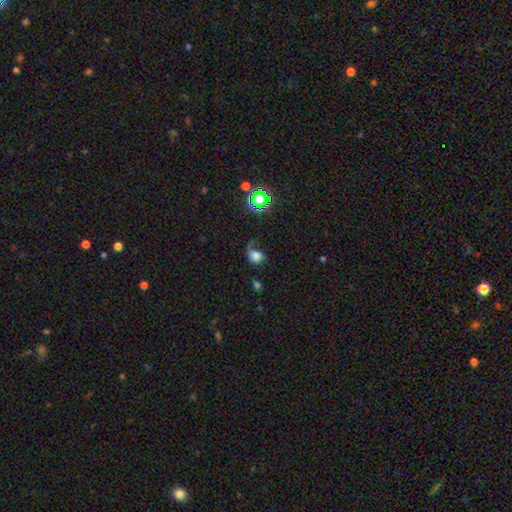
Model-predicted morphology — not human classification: Overall: smooth (65%). How rounded: round (52%; in between 47%). Merging: major disturbance (39%; none 32%).